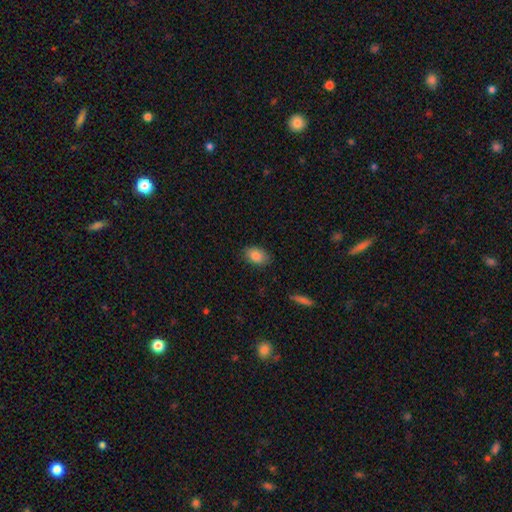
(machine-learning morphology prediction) A smooth galaxy with no disk features (85%) that is in between round and cigar-shaped (85%).

Vote fractions:
- Smooth or featured? smooth: 85% / star or artifact: 8% / featured or disk: 7%
- How rounded? in between: 85% / round: 13% / cigar-shaped: 2%
- Merging? none: 83% / minor disturbance: 14% / major disturbance: 3% / merger: 1%